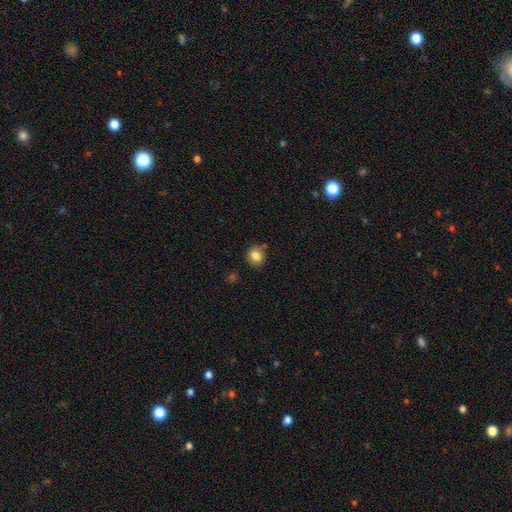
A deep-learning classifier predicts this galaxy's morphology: Overall: smooth (83%). How rounded: round (82%). Merging: none (81%).